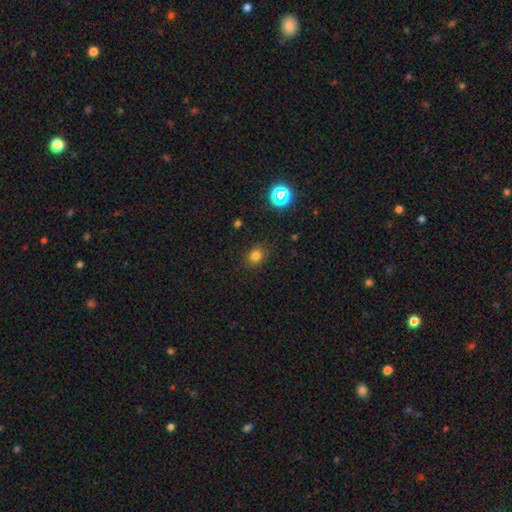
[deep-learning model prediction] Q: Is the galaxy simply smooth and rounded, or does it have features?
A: smooth — 77%.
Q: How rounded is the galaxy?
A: round — 69%.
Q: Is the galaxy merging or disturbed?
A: none — 86%.